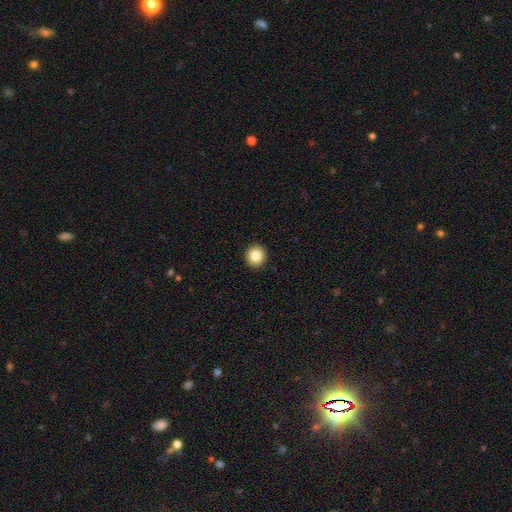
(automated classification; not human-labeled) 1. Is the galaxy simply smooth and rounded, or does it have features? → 84% smooth, 9% star or artifact, 6% featured or disk.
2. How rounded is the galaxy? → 90% round, 10% in between, 1% cigar-shaped.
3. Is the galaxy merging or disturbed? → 93% none, 5% minor disturbance, 1% major disturbance, 1% merger.